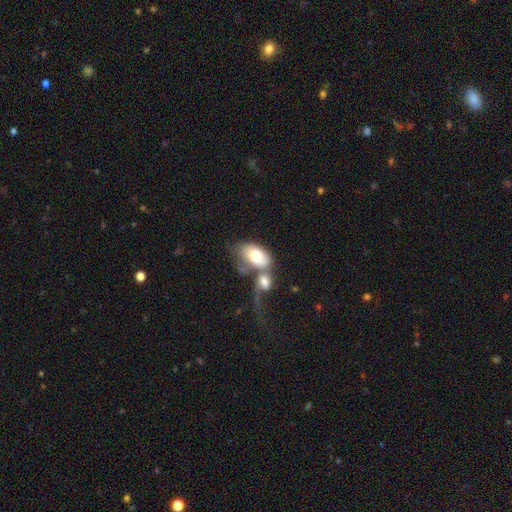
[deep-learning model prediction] Overall: smooth (66%; featured or disk 28%). How rounded: in between (91%). Merging: merger (60%).